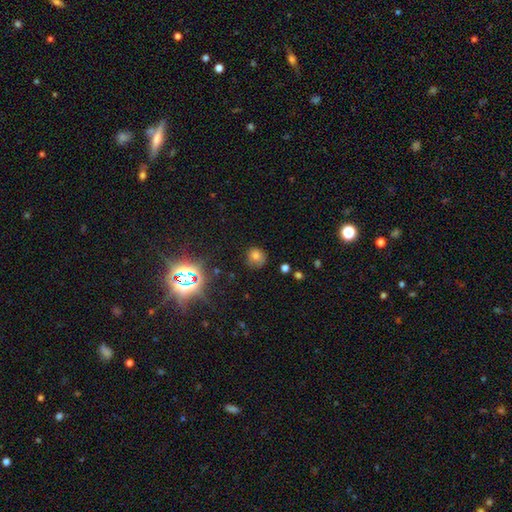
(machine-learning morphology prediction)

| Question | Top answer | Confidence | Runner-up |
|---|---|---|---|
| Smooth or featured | smooth | 63% | star or artifact (28%) |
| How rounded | round | 82% | in between (17%) |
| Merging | none | 78% | minor disturbance (15%) |